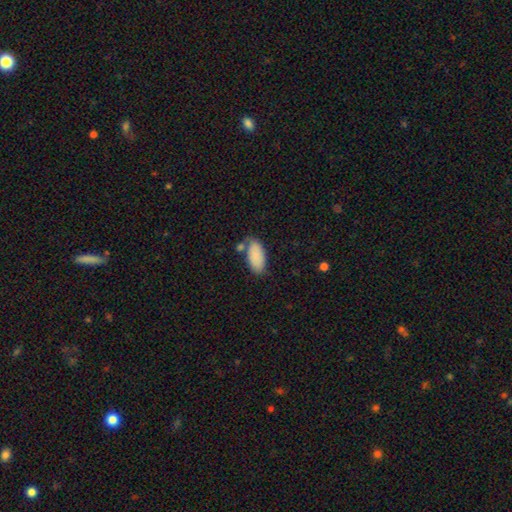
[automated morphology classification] This appears to be a smooth galaxy with no disk features (88%) that is in between round and cigar-shaped (93%). Merging: none (64%).